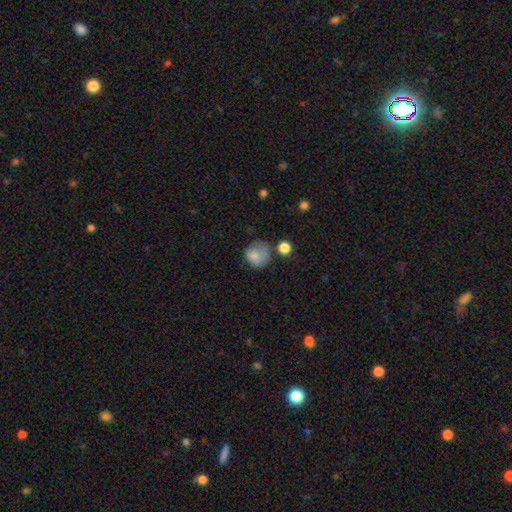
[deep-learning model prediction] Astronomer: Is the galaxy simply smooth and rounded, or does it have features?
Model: smooth — 79%.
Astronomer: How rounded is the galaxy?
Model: round — 79%.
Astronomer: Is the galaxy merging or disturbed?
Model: none — 49% (runner-up: minor disturbance, 30%).